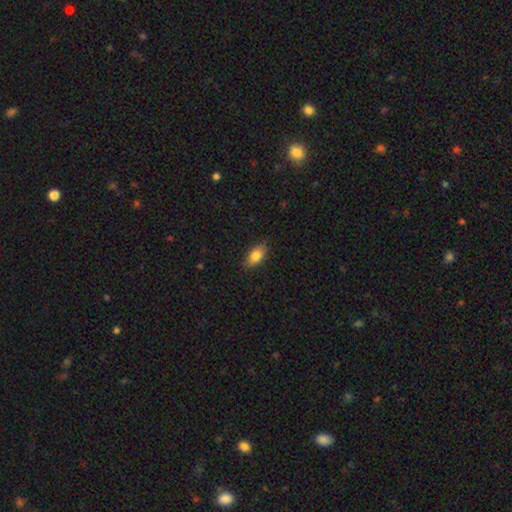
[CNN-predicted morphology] This appears to be a smooth galaxy with no disk features (81%) that is in between round and cigar-shaped (87%). Merging: none (82%).